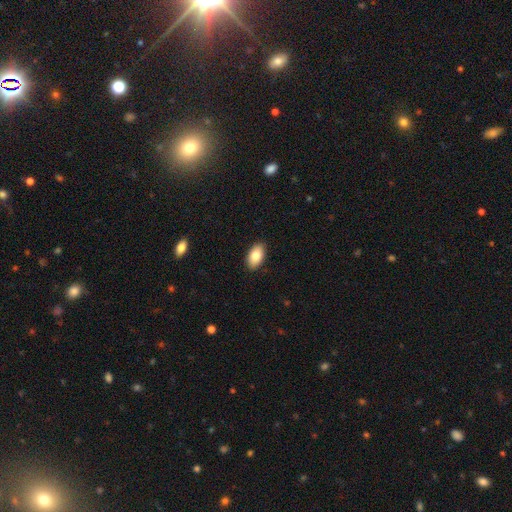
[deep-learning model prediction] This appears to be a smooth galaxy with no disk features (83%) that is in between round and cigar-shaped (94%). Merging: none (90%).